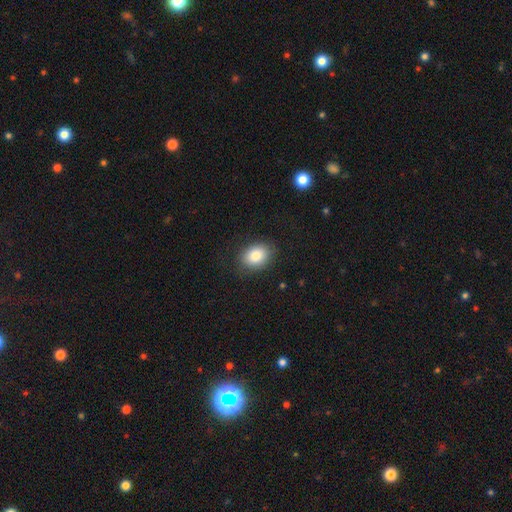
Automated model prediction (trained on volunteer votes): smooth-or-featured: smooth: 83% | featured or disk: 9% | star or artifact: 8%
  how-rounded: in between: 69% | round: 30% | cigar-shaped: 1%
  merging: none: 84% | minor disturbance: 12% | major disturbance: 3% | merger: 1%